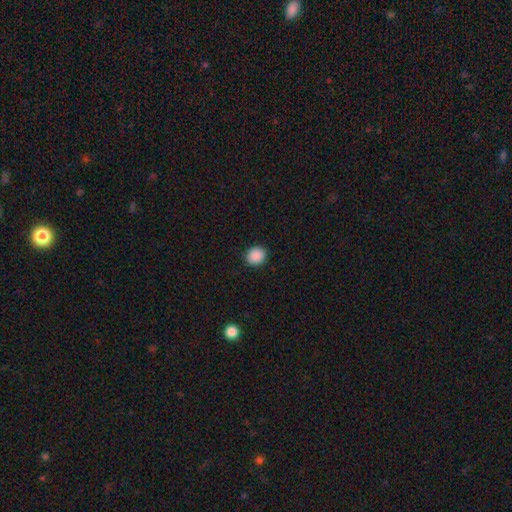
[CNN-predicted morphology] Overall: smooth (89%). How rounded: round (71%). Merging: none (91%).